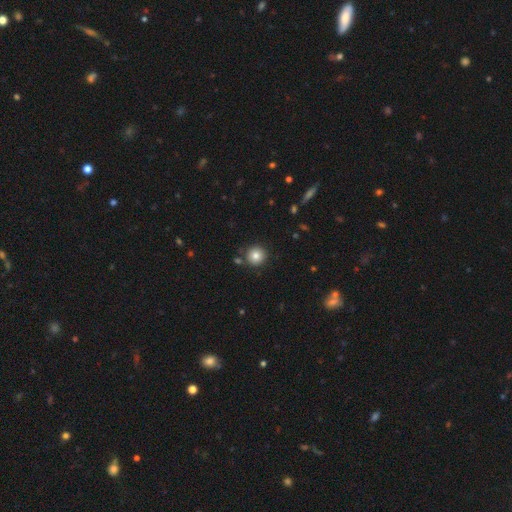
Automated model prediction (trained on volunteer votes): Smooth or featured? Predicted: smooth (p=0.81). How rounded? Predicted: round (p=0.95). Merging? Predicted: none (p=0.87).